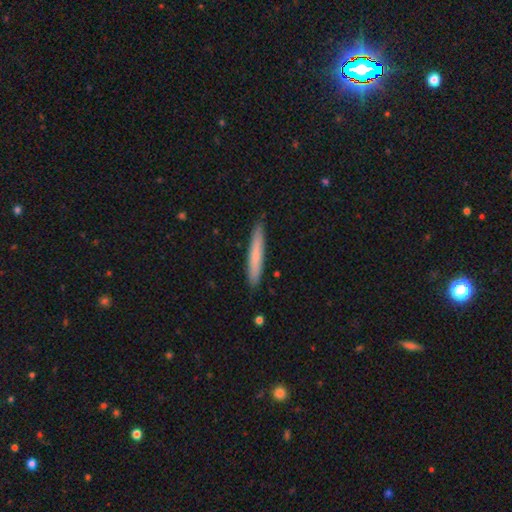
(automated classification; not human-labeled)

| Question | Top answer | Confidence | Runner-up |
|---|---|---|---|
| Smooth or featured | smooth | 71% | featured or disk (24%) |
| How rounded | cigar-shaped | 94% | in between (4%) |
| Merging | none | 87% | minor disturbance (11%) |